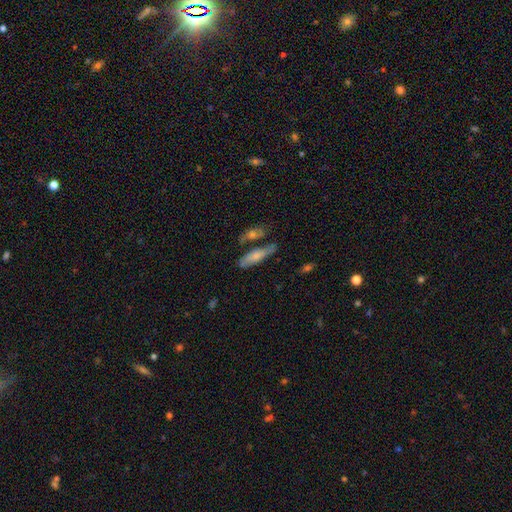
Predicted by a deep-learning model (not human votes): Smooth or featured? smooth (62%)
How rounded? cigar-shaped (57%)
Merging? none (49%)